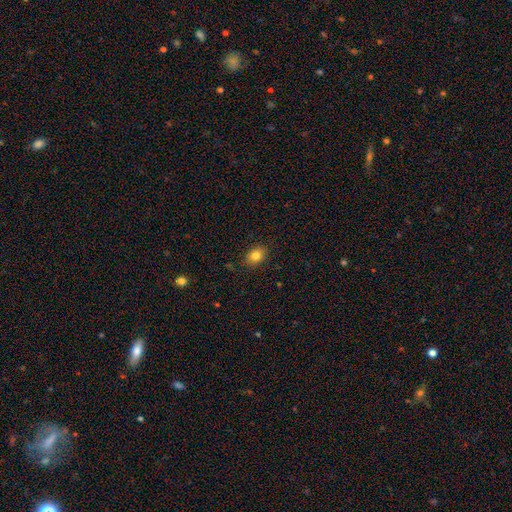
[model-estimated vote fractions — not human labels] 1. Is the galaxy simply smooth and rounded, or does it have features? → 82% smooth, 10% star or artifact, 8% featured or disk.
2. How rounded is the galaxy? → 62% in between, 37% round, 1% cigar-shaped.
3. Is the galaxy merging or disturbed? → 86% none, 10% minor disturbance, 2% major disturbance, 1% merger.